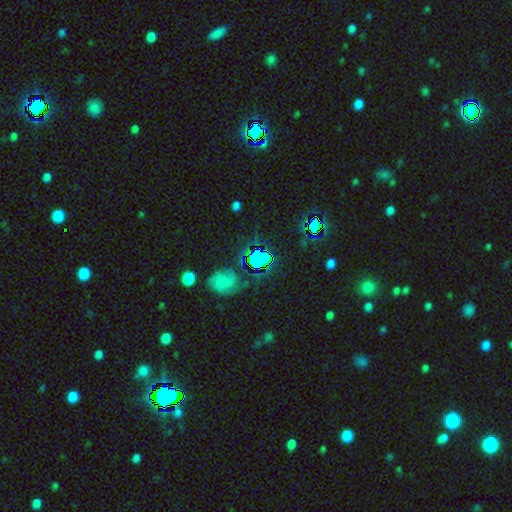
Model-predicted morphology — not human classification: smooth-or-featured: star or artifact: 56% | smooth: 27% | featured or disk: 17%